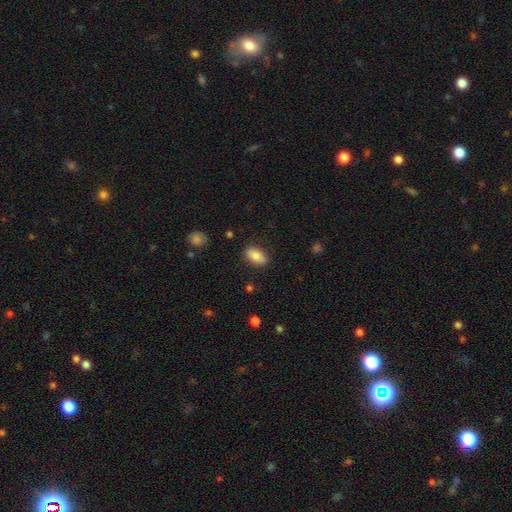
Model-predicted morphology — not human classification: smooth-or-featured: smooth: 82% | featured or disk: 11% | star or artifact: 7%
  how-rounded: in between: 91% | round: 6% | cigar-shaped: 3%
  merging: none: 86% | minor disturbance: 10% | major disturbance: 2% | merger: 1%